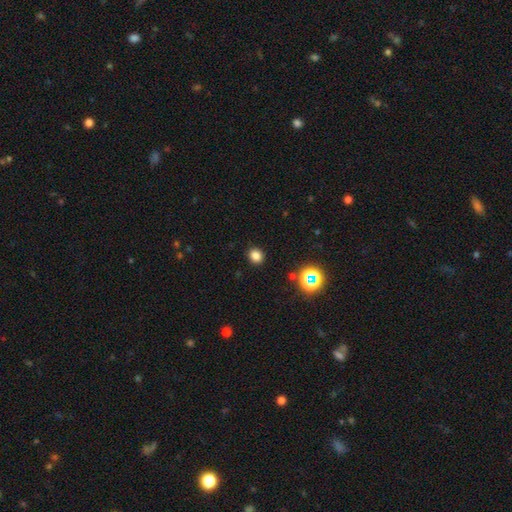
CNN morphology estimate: This appears to be a smooth galaxy with no disk features (79%) that is round (77%). Merging: none (91%).